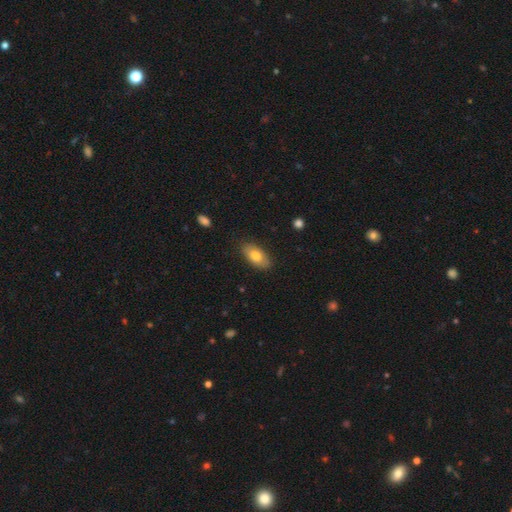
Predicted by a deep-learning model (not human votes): A smooth galaxy with no disk features (78%) that is in between round and cigar-shaped (92%). Merging: none (84%).